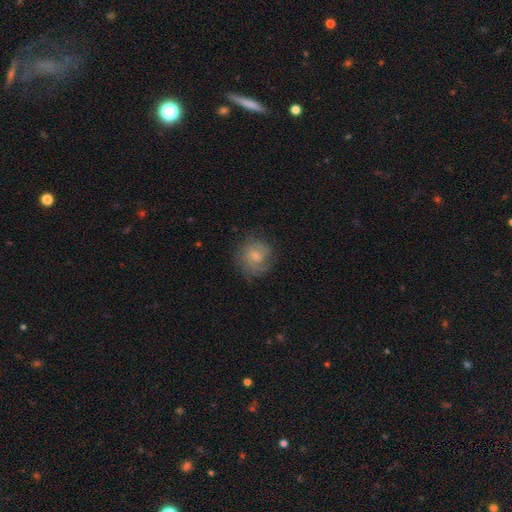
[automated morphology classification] smooth_or_featured: featured or disk (p=0.46) [alt: smooth p=0.45]
merging: none (p=0.73) [alt: minor disturbance p=0.18]